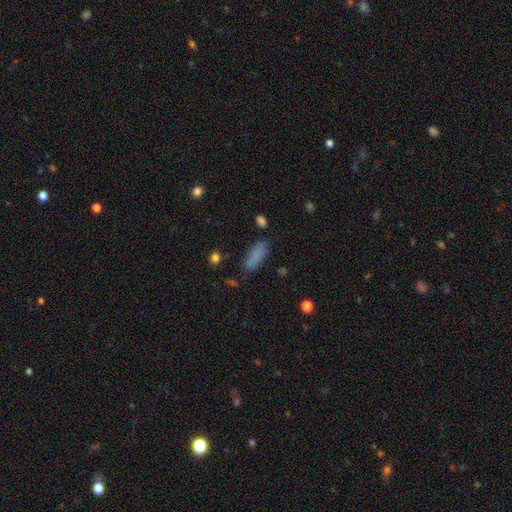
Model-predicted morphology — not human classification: A smooth galaxy with no disk features (82%) that is in between round and cigar-shaped (58%). Merging: none (75%).